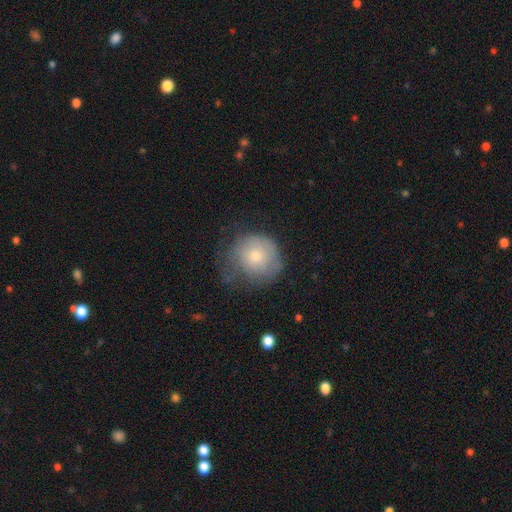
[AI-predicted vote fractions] The model was most divided on "merging": none: 46%, minor disturbance: 31%, major disturbance: 21%, merger: 2%. More confident: how rounded — round (86%); smooth or featured — smooth (64%).